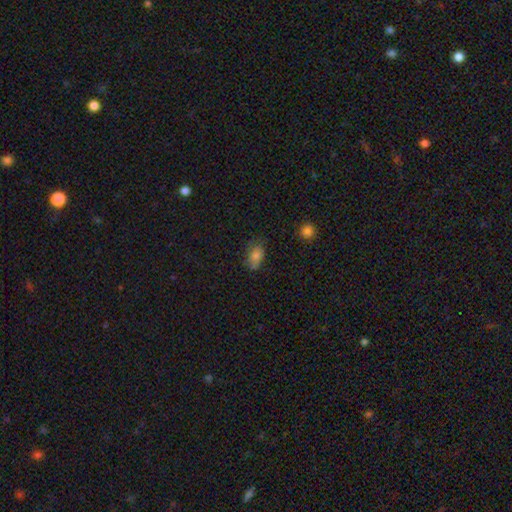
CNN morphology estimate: Smooth or featured? Predicted: smooth (p=0.77). How rounded? Predicted: in between (p=0.86). Merging? Predicted: none (p=0.61).